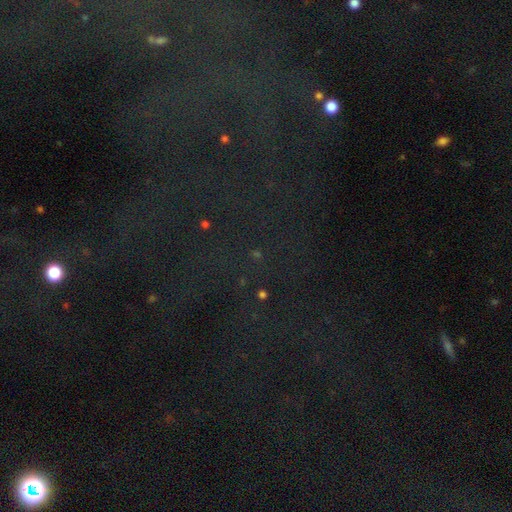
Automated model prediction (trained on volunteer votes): This appears to be a star or artifact, not a galaxy (78%).